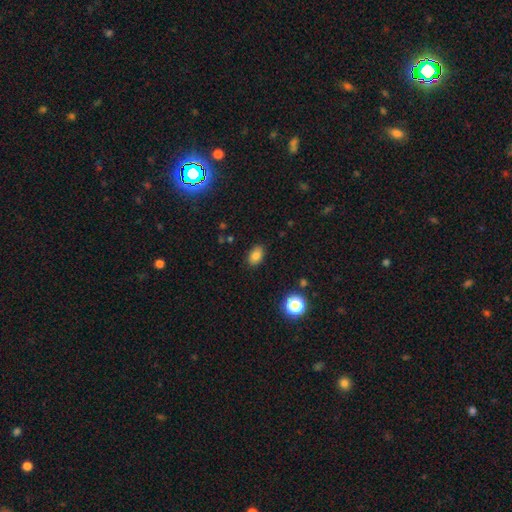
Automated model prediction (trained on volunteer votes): smooth 83%, star or artifact 11%, featured or disk 6%. Down the decision tree: how rounded — in between (84%); merging — none (86%).